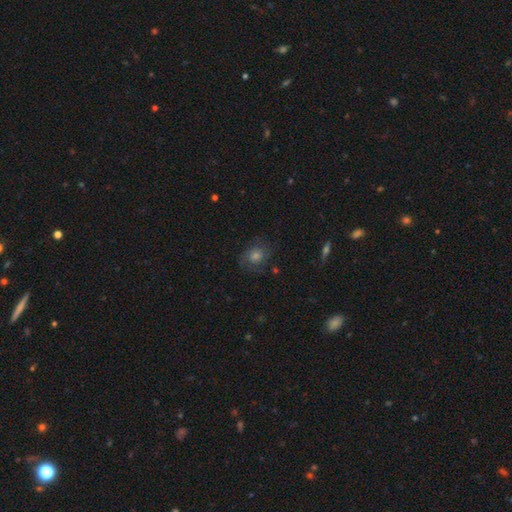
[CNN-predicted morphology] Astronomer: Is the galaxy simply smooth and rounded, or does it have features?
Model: featured or disk — 42% (runner-up: smooth, 35%).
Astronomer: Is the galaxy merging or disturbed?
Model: none — 76%.